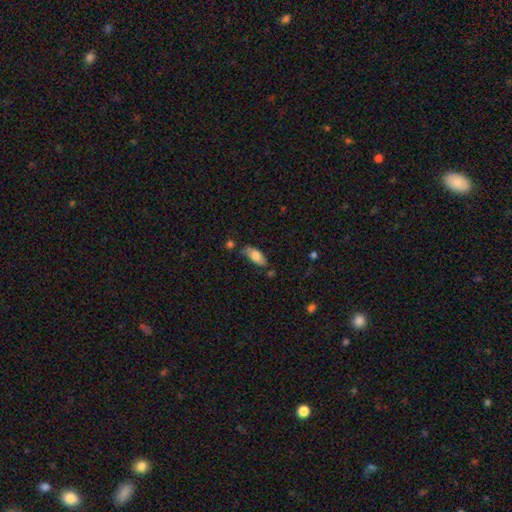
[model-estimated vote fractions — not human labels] Smooth or featured?
  - smooth: 75% *
  - featured or disk: 18%
  - star or artifact: 7%
How rounded?
  - in between: 85% *
  - cigar-shaped: 12%
  - round: 2%
Merging?
  - none: 63% *
  - minor disturbance: 24%
  - merger: 7%
  - major disturbance: 6%